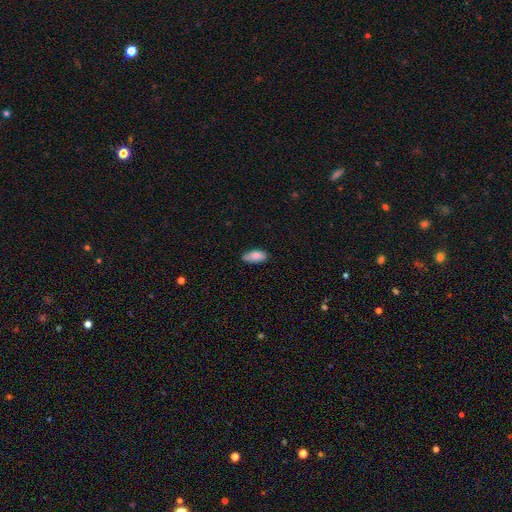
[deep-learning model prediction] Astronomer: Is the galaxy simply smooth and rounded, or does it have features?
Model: smooth — 83%.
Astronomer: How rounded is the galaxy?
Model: in between — 89%.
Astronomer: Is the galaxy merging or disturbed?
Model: none — 76%.